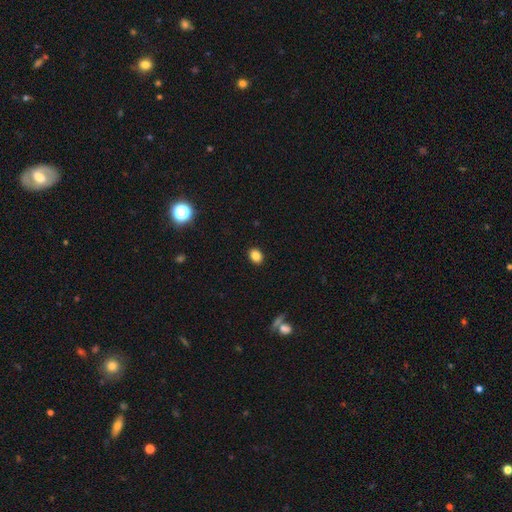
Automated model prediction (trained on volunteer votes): A smooth galaxy with no disk features (85%) that is in between round and cigar-shaped (66%). Merging: none (90%).